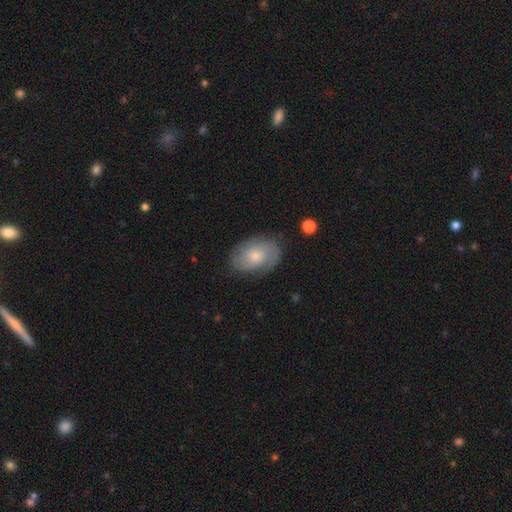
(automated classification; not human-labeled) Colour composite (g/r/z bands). It shows a featured or disk galaxy (54%) with no bar (74%), spiral arms (83%) and a small central bulge (52%). Merging: none (75%).